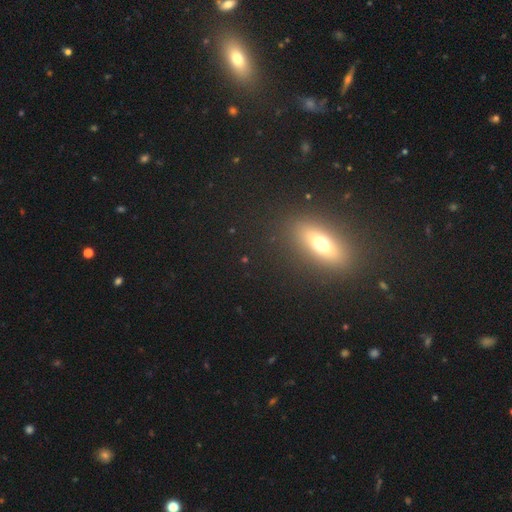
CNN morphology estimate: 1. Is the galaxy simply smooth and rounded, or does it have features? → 48% smooth, 28% featured or disk, 23% star or artifact.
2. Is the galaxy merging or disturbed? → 87% none, 8% minor disturbance, 3% major disturbance, 2% merger.